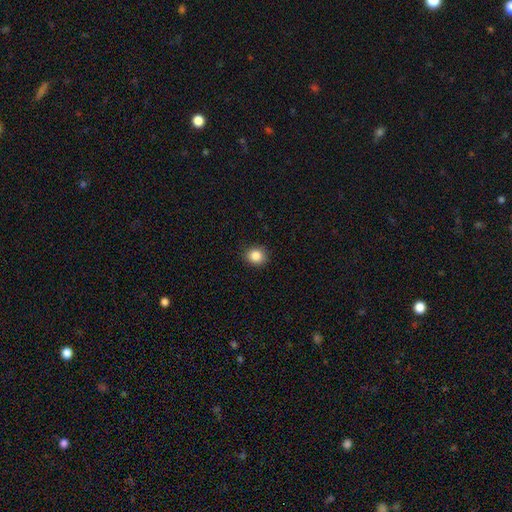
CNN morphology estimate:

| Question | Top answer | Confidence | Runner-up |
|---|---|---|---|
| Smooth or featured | smooth | 86% | star or artifact (10%) |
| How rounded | round | 80% | in between (19%) |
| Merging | none | 89% | minor disturbance (8%) |